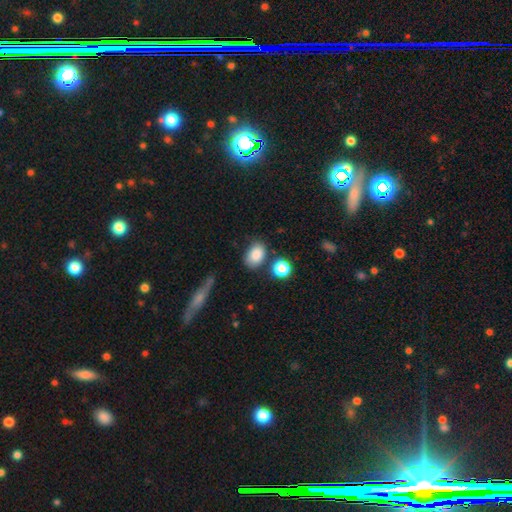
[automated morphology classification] The model was most divided on "merging": none: 72%, minor disturbance: 15%, merger: 9%, major disturbance: 4%. More confident: smooth or featured — smooth (85%); how rounded — in between (80%).